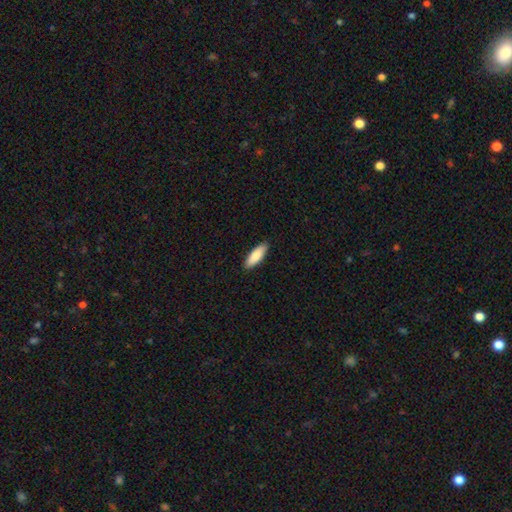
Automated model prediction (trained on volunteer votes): smooth-or-featured: smooth: 85% | featured or disk: 10% | star or artifact: 5%
  how-rounded: in between: 55% | cigar-shaped: 44% | round: 2%
  merging: none: 90% | minor disturbance: 8% | major disturbance: 2% | merger: 1%